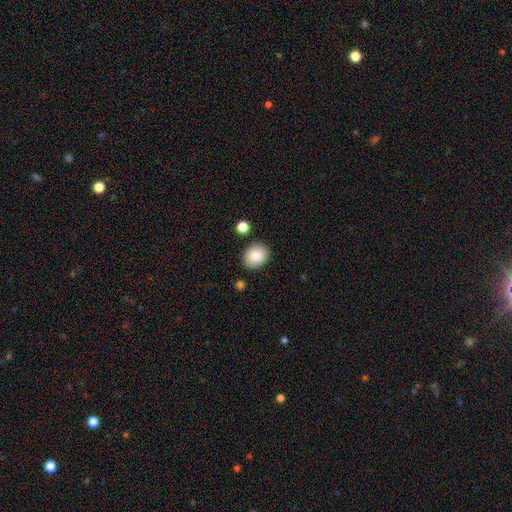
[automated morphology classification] smooth-or-featured: smooth: 85% | featured or disk: 7% | star or artifact: 7%
  how-rounded: round: 50% | in between: 49% | cigar-shaped: 1%
  merging: none: 85% | minor disturbance: 10% | merger: 3% | major disturbance: 2%